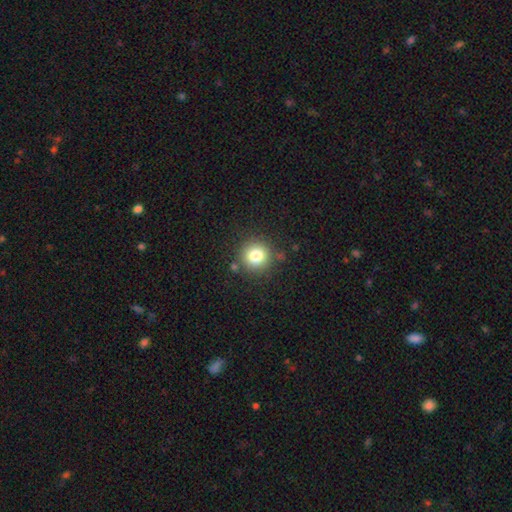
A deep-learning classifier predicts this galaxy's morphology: Overall: smooth (80%). How rounded: round (93%). Merging: none (85%).